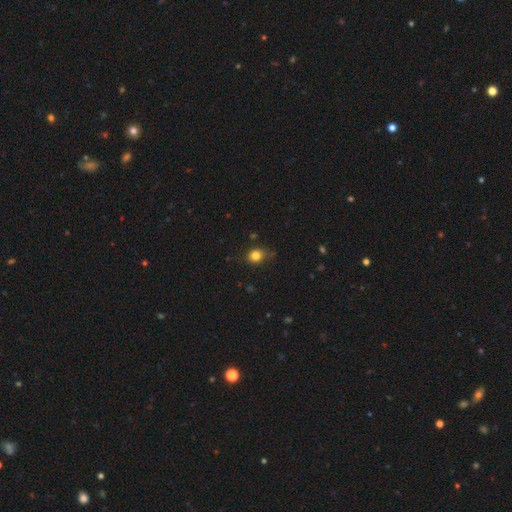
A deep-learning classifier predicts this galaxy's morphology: Overall: smooth (82%). How rounded: round (73%). Merging: none (77%).